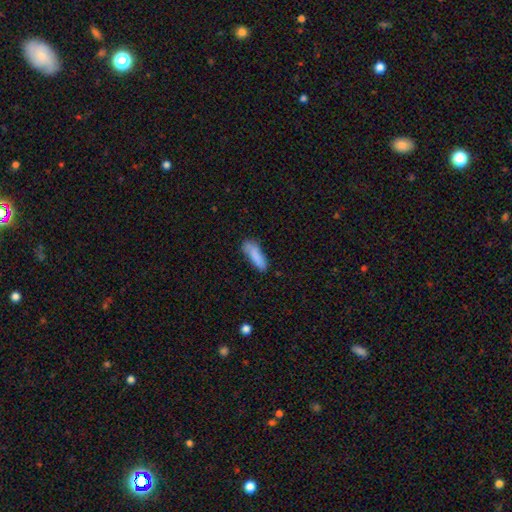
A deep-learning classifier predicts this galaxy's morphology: smooth 85%, featured or disk 9%, star or artifact 7%. Down the decision tree: how rounded — cigar-shaped (51%); merging — none (66%).